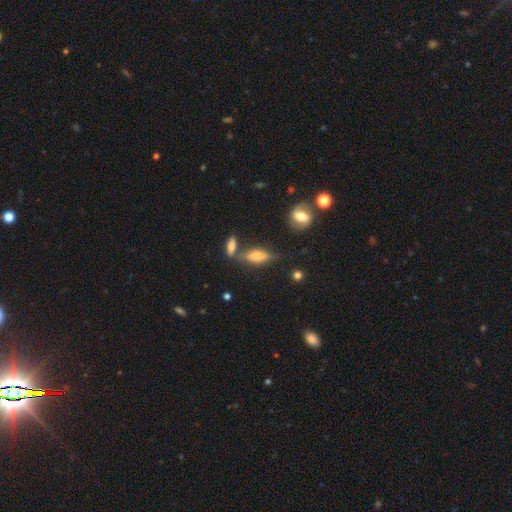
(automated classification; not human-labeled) A smooth galaxy with no disk features (50%).

Vote fractions:
- Smooth or featured? smooth: 50% / featured or disk: 39% / star or artifact: 11%
- Merging? none: 65% / merger: 17% / minor disturbance: 14% / major disturbance: 5%